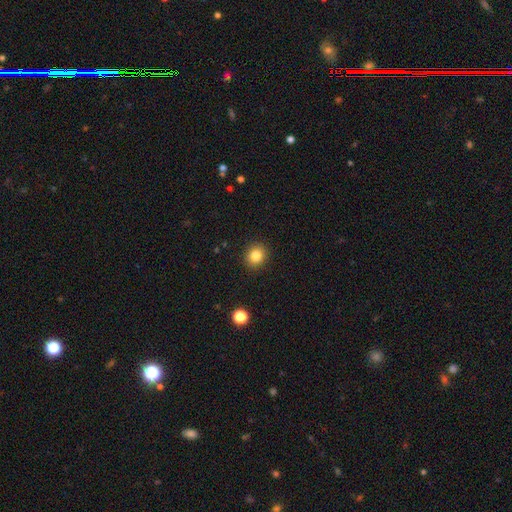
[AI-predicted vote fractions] smooth-or-featured: smooth: 83% | star or artifact: 11% | featured or disk: 6%
  how-rounded: round: 83% | in between: 17% | cigar-shaped: 1%
  merging: none: 91% | minor disturbance: 6% | major disturbance: 2% | merger: 1%